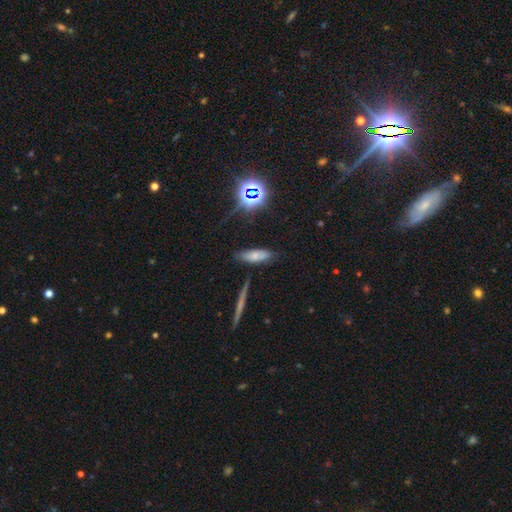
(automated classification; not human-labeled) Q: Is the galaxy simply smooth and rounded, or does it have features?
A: smooth — 61%.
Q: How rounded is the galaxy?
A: in between — 70%.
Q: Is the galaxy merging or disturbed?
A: none — 69%.